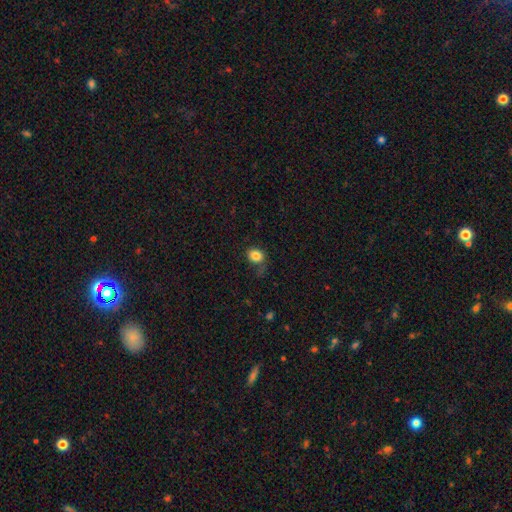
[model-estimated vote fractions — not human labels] Smooth or featured: smooth — 84% (star or artifact — 10%)
How rounded: round — 60% (in between — 39%)
Merging: none — 68% (minor disturbance — 20%)